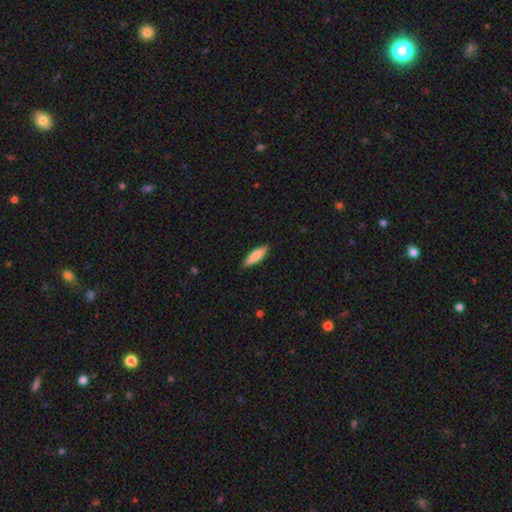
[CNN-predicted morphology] Smooth or featured: smooth — 84% (featured or disk — 11%)
How rounded: cigar-shaped — 59% (in between — 40%)
Merging: none — 89% (minor disturbance — 8%)